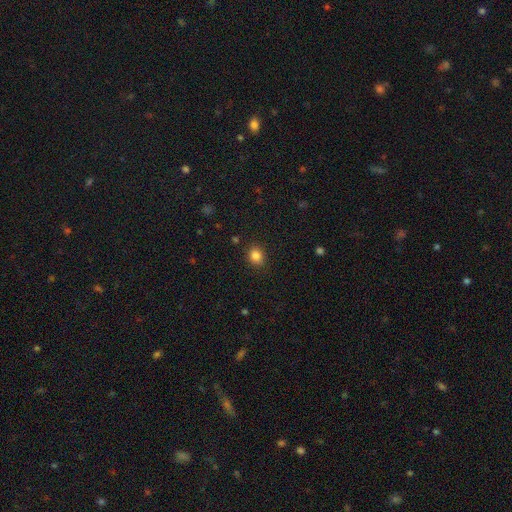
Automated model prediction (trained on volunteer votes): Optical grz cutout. It shows a smooth galaxy with no disk features (85%) that is round (66%). Merging: none (87%).